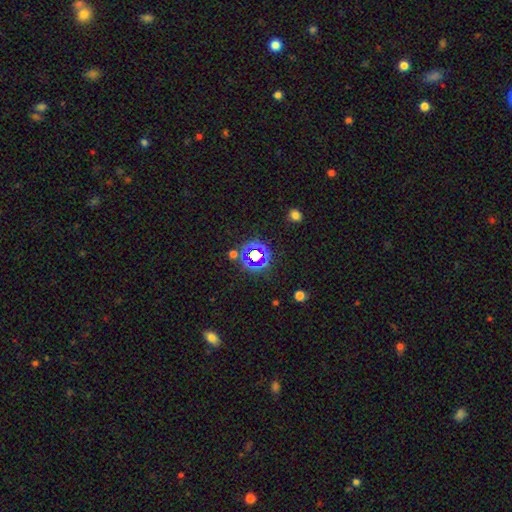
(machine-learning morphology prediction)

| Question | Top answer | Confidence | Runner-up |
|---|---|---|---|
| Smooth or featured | star or artifact | 69% | smooth (20%) |